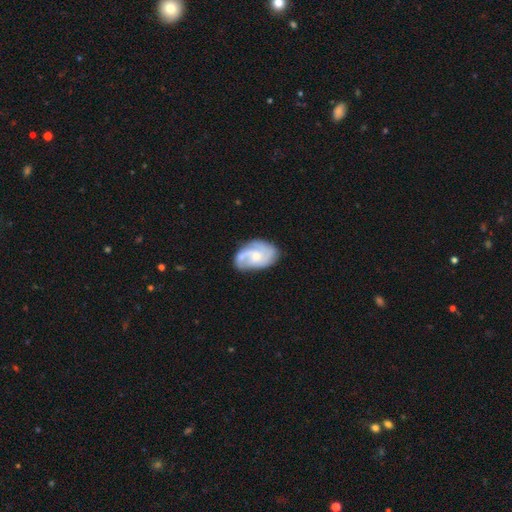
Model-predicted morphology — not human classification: type=featured or disk (73%); edge-on=no (97%); bar=no (60%); spiral arms=yes (92%); winding=medium (44%); arm count=2 (34%); bulge=small (48%); merging=none (62%).